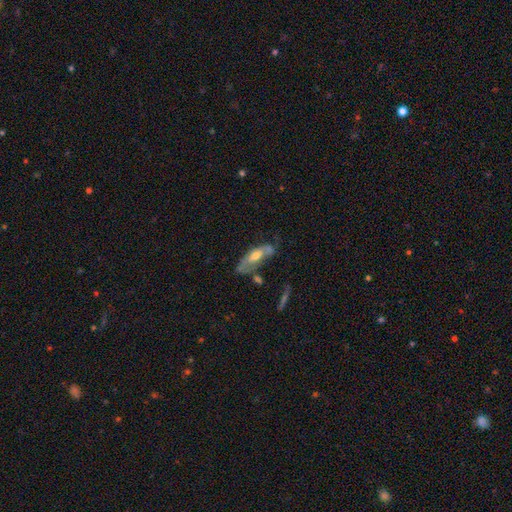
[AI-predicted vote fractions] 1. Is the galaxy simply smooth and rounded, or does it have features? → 55% featured or disk, 38% smooth, 7% star or artifact.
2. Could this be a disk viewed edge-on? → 71% no, 29% yes.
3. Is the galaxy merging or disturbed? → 39% none, 28% minor disturbance, 20% major disturbance, 13% merger.